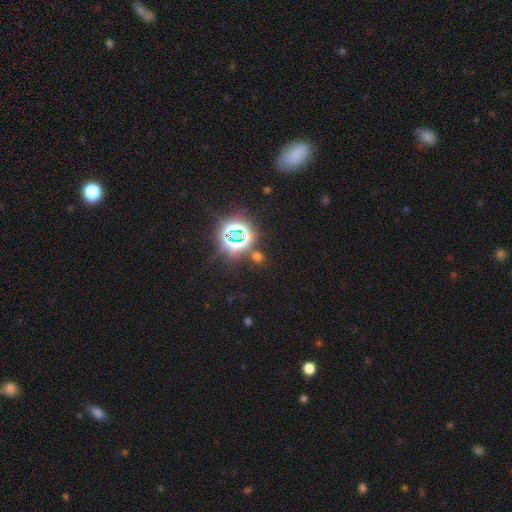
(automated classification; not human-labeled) star or artifact 75%, smooth 17%, featured or disk 8%.